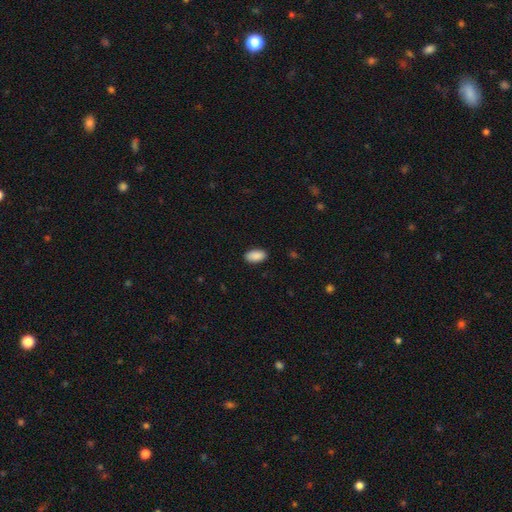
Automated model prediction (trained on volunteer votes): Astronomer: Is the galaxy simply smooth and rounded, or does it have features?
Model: smooth — 90%.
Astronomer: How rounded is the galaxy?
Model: in between — 95%.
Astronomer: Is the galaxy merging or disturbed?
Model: none — 88%.